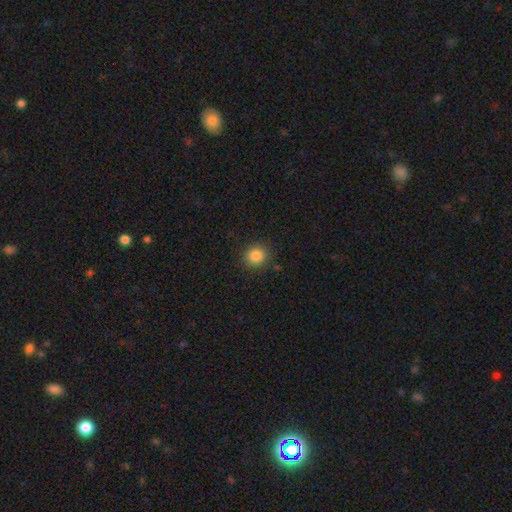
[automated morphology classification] A smooth galaxy with no disk features (85%) that is round (85%).

Vote fractions:
- Smooth or featured? smooth: 85% / star or artifact: 11% / featured or disk: 4%
- How rounded? round: 85% / in between: 14% / cigar-shaped: 1%
- Merging? none: 89% / minor disturbance: 7% / major disturbance: 3% / merger: 1%